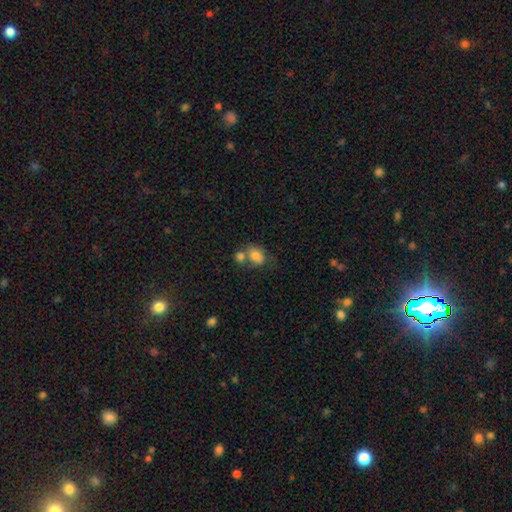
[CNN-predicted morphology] Smooth or featured: smooth — 77% (featured or disk — 14%)
How rounded: in between — 63% (round — 35%)
Merging: merger — 46% (none — 31%)